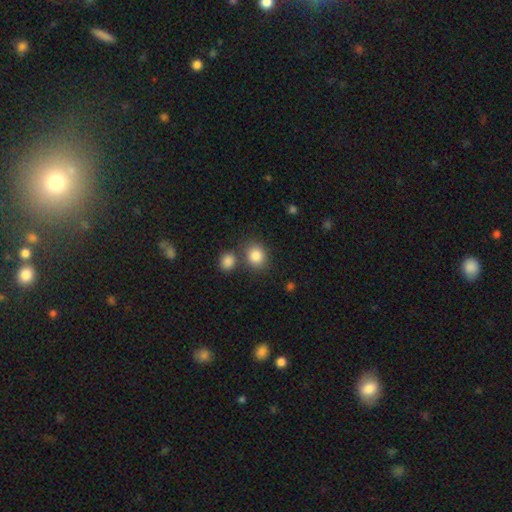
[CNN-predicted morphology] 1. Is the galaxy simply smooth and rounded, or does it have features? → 85% smooth, 9% star or artifact, 6% featured or disk.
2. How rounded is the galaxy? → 71% round, 28% in between, 1% cigar-shaped.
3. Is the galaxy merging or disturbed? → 65% none, 21% merger, 10% minor disturbance, 4% major disturbance.